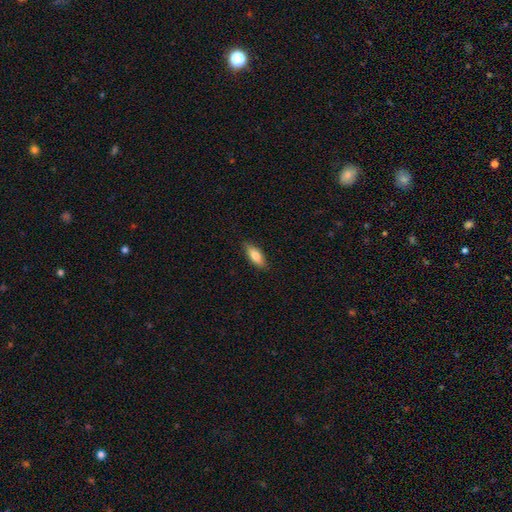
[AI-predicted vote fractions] A smooth galaxy with no disk features (76%) that is in between round and cigar-shaped (74%). Merging: none (84%).